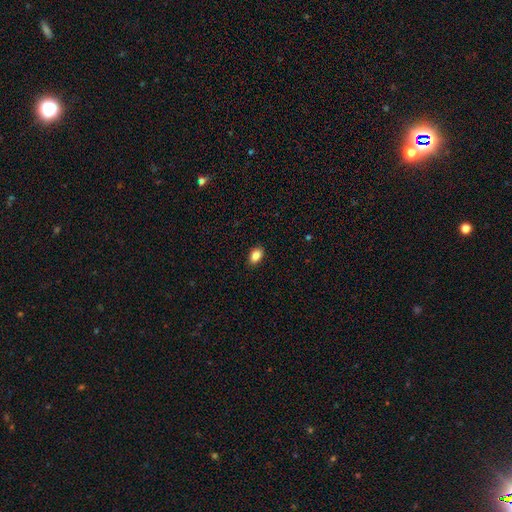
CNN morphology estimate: A smooth galaxy with no disk features (86%) that is in between round and cigar-shaped (86%).

Vote fractions:
- Smooth or featured? smooth: 86% / star or artifact: 8% / featured or disk: 6%
- How rounded? in between: 86% / round: 12% / cigar-shaped: 2%
- Merging? none: 89% / minor disturbance: 8% / major disturbance: 2% / merger: 1%